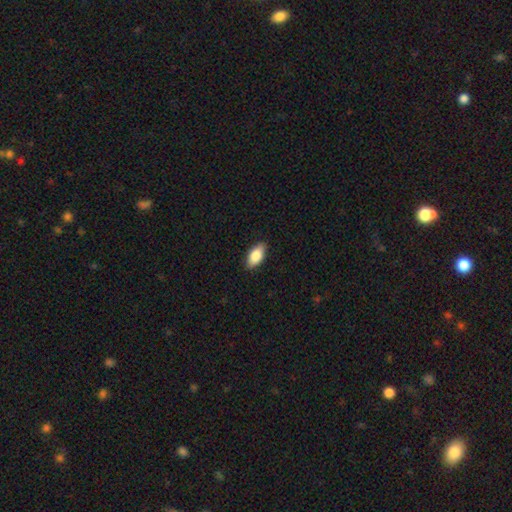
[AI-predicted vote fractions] Smooth or featured? smooth (84%)
How rounded? in between (91%)
Merging? none (88%)